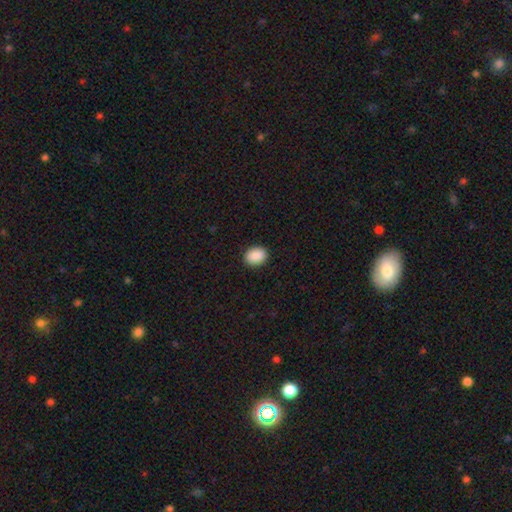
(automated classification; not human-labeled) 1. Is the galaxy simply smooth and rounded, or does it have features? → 90% smooth, 7% star or artifact, 2% featured or disk.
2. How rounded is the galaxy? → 64% in between, 35% round, 1% cigar-shaped.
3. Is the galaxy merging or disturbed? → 91% none, 6% minor disturbance, 2% major disturbance, 1% merger.